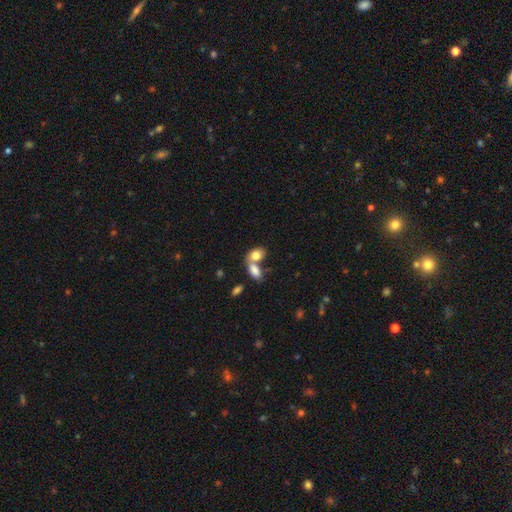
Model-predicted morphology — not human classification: A smooth galaxy with no disk features (80%) that is in between round and cigar-shaped (81%). Merging: merger (60%).